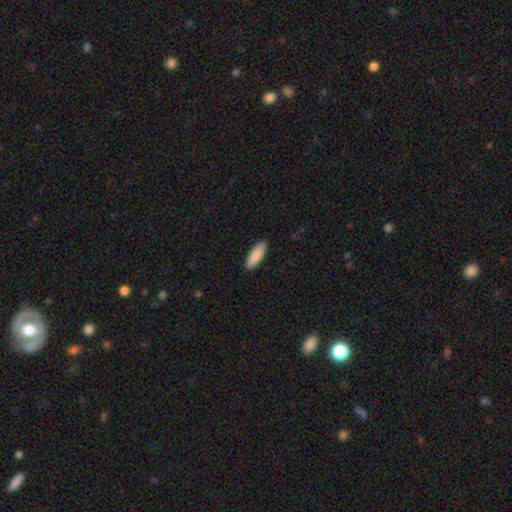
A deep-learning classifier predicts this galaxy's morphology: smooth_or_featured: smooth (p=0.89) [alt: star or artifact p=0.05]
how_rounded: in between (p=0.62) [alt: cigar-shaped p=0.36]
merging: none (p=0.89) [alt: minor disturbance p=0.08]